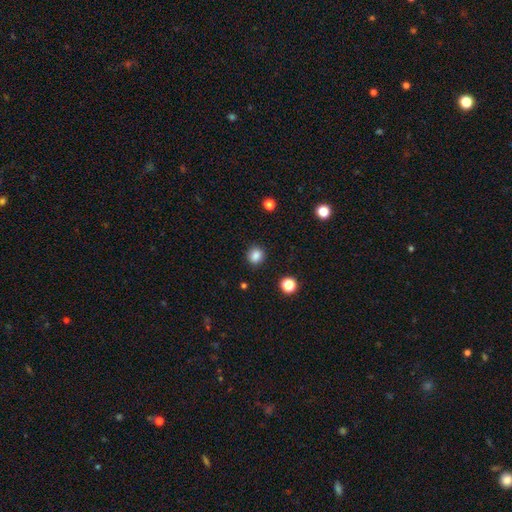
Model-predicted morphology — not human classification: Smooth or featured? smooth (86%)
How rounded? round (83%)
Merging? none (89%)